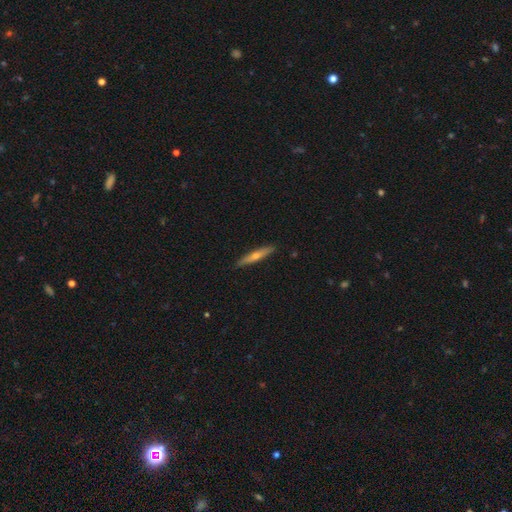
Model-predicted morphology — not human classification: This is possibly a featured or disk galaxy (52%). It is clearly viewed edge-on (94%). Merging: clearly none (91%).